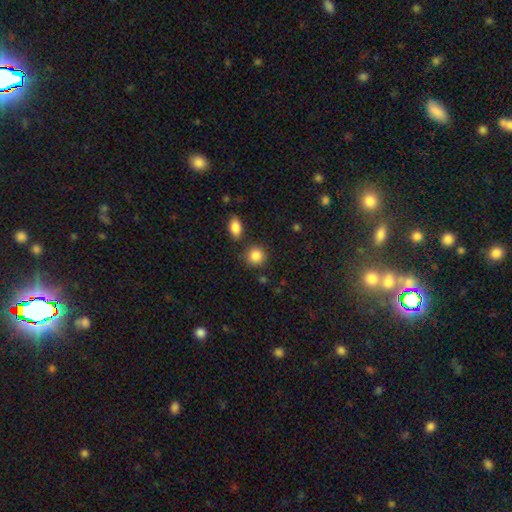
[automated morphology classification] A smooth galaxy with no disk features (87%) that is round (87%). Merging: none (79%).